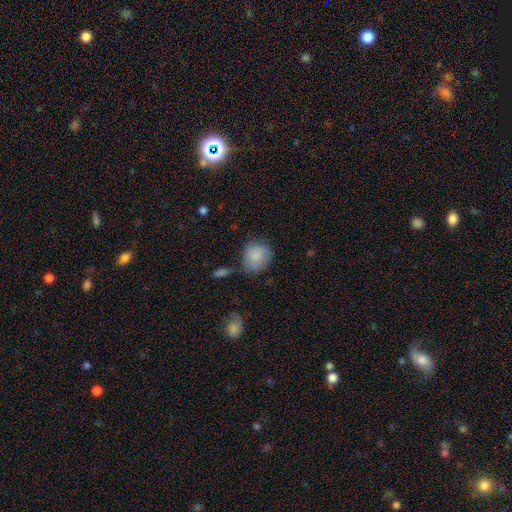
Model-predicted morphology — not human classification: A smooth galaxy with no disk features (86%) that is round (70%). Merging: none (69%).